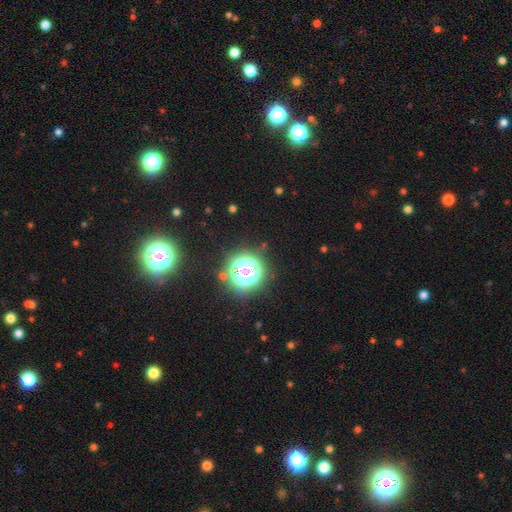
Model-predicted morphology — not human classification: smooth_or_featured: star or artifact (p=0.79) [alt: smooth p=0.15]